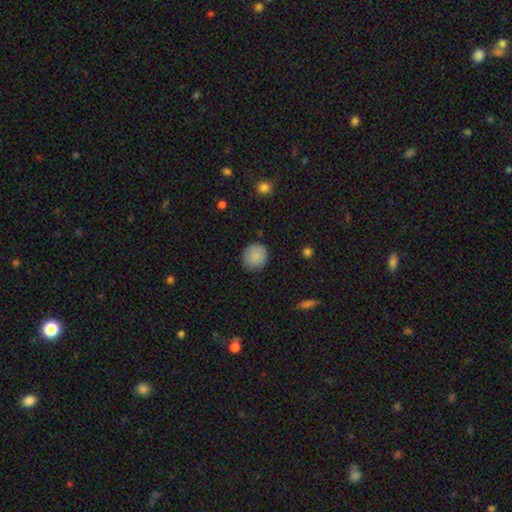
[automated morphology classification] smooth-or-featured: smooth: 88% | star or artifact: 8% | featured or disk: 4%
  how-rounded: round: 91% | in between: 8% | cigar-shaped: 1%
  merging: none: 85% | minor disturbance: 11% | major disturbance: 3% | merger: 1%